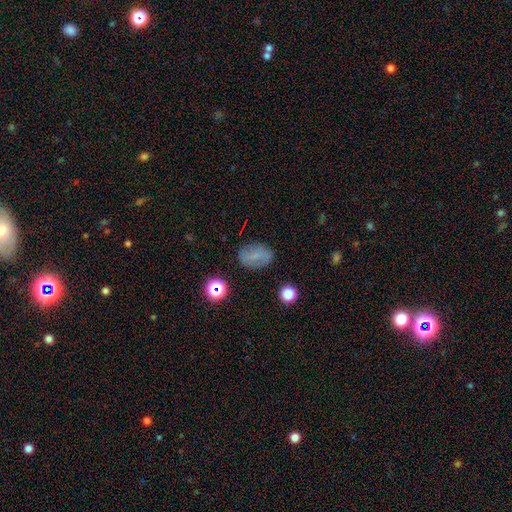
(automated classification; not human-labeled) Smooth or featured?
  - smooth: 59% *
  - featured or disk: 27%
  - star or artifact: 15%
How rounded?
  - in between: 76% *
  - round: 22%
  - cigar-shaped: 2%
Merging?
  - none: 80% *
  - minor disturbance: 14%
  - major disturbance: 5%
  - merger: 2%